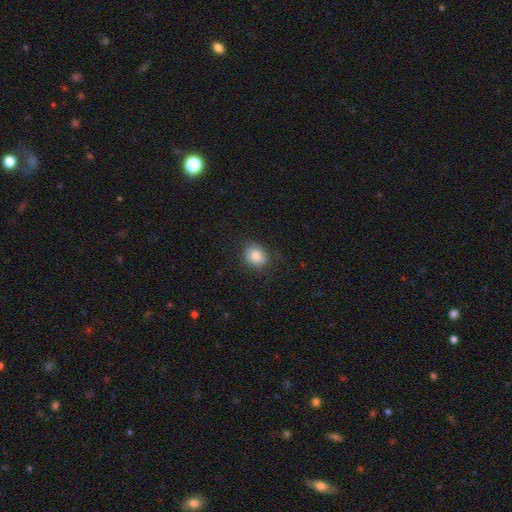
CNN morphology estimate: This appears to be a smooth galaxy with no disk features (79%) that is round (70%). Merging: none (78%).